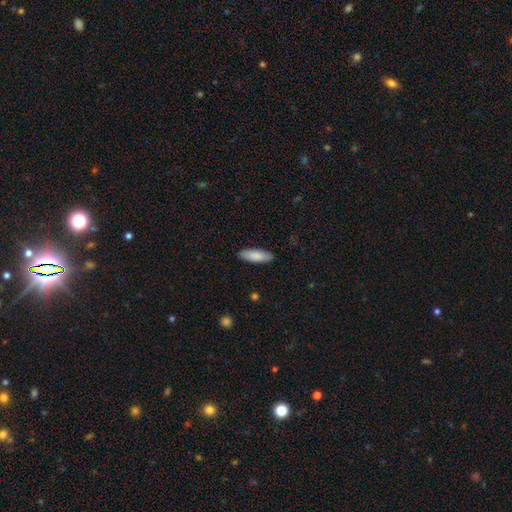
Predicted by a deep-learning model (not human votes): This is clearly a smooth galaxy (87%). How rounded: possibly in between (58%). Merging: clearly none (89%).